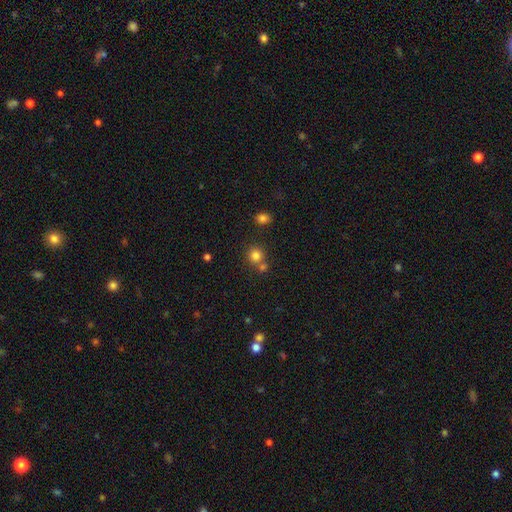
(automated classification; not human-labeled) This is likely a smooth galaxy (80%). How rounded: clearly round (91%). Merging: likely none (64%).